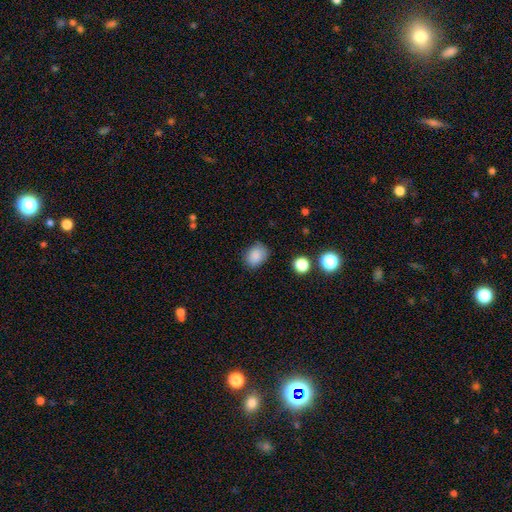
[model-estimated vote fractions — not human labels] This is clearly a smooth galaxy (86%). How rounded: likely in between (62%). Merging: likely none (80%).